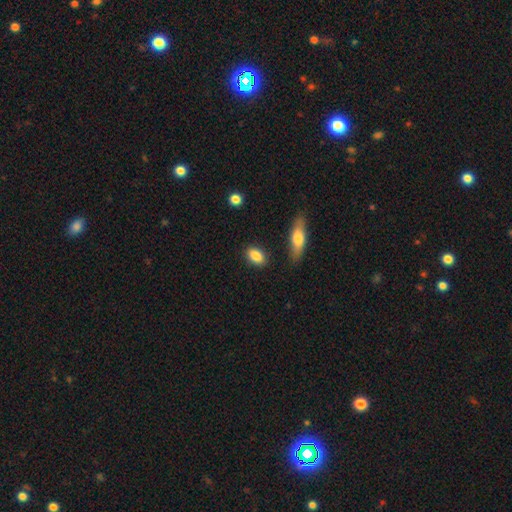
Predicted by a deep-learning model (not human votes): Smooth or featured? smooth (87%)
How rounded? in between (84%)
Merging? none (85%)